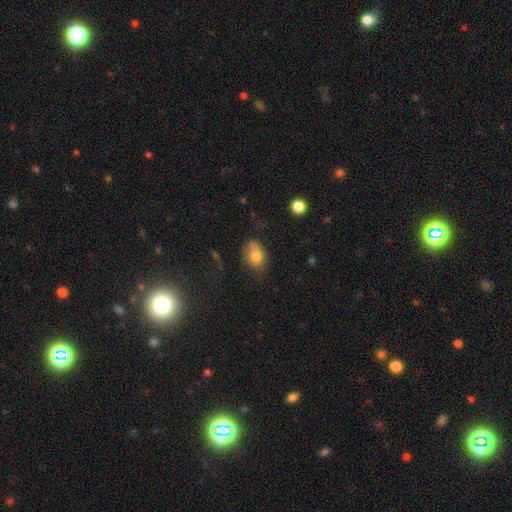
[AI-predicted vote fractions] smooth_or_featured: smooth (p=0.73) [alt: featured or disk p=0.17]
how_rounded: in between (p=0.68) [alt: round p=0.31]
merging: none (p=0.49) [alt: minor disturbance p=0.30]